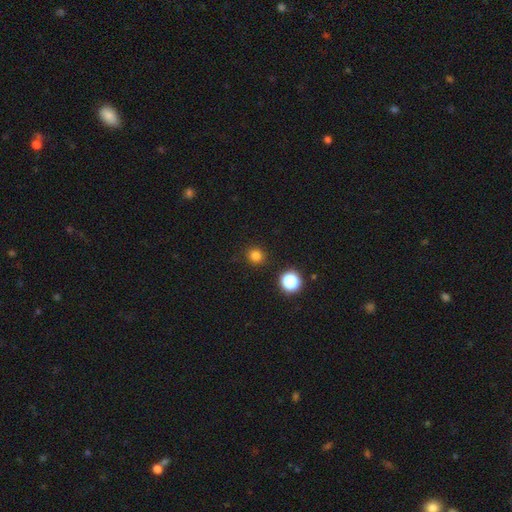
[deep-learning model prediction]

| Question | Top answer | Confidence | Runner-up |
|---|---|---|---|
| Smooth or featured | smooth | 80% | star or artifact (16%) |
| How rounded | round | 92% | in between (7%) |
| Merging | none | 91% | minor disturbance (6%) |